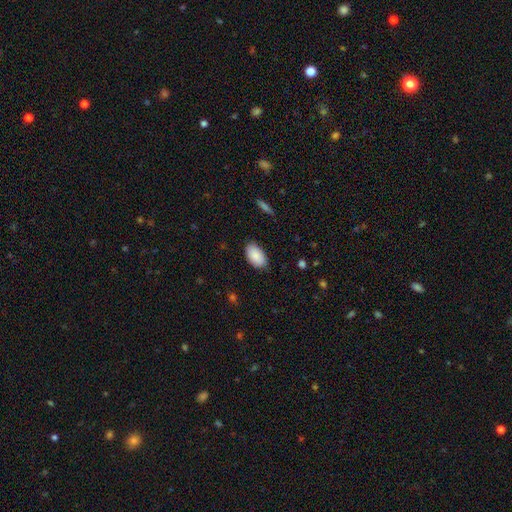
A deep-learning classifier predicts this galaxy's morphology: Smooth or featured: smooth — 89% (star or artifact — 6%)
How rounded: in between — 95% (round — 4%)
Merging: none — 84% (minor disturbance — 13%)